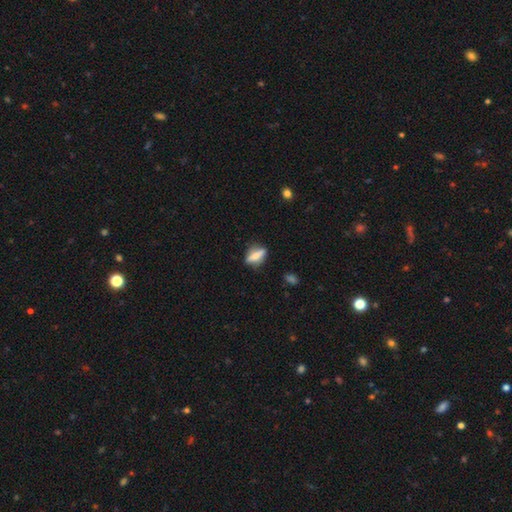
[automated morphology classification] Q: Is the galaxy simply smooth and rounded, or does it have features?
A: smooth — 49%.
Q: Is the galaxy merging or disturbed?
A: none — 78%.